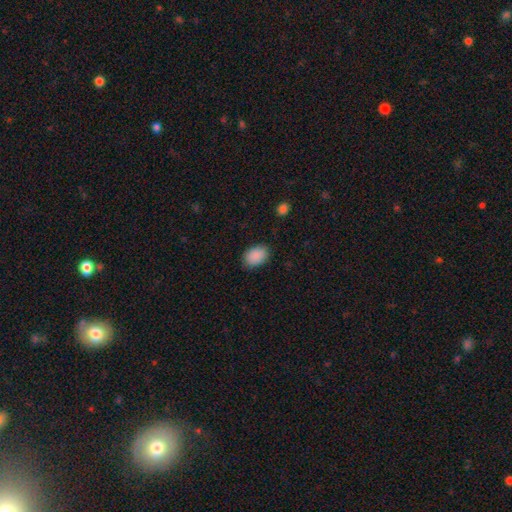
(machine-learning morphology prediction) This is clearly a smooth galaxy (90%). How rounded: clearly in between (82%). Merging: clearly none (85%).